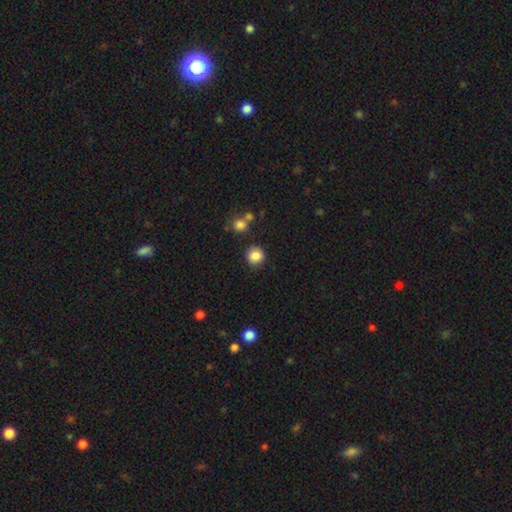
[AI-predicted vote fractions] smooth 86%, star or artifact 10%, featured or disk 4%. Down the decision tree: how rounded — round (91%); merging — none (86%).